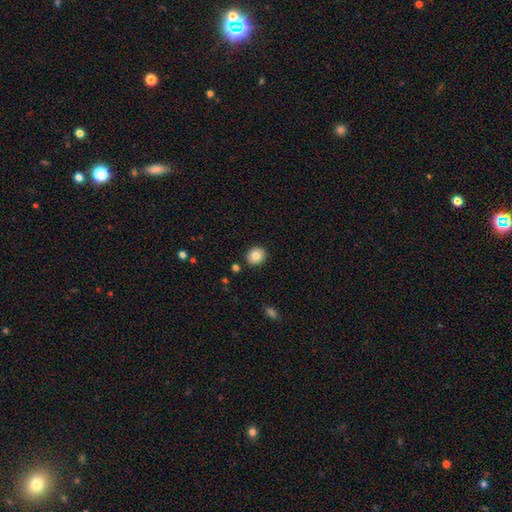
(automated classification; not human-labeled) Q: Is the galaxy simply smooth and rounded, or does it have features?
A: smooth — 82%.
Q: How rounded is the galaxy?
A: round — 72%.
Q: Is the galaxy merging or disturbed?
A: none — 90%.